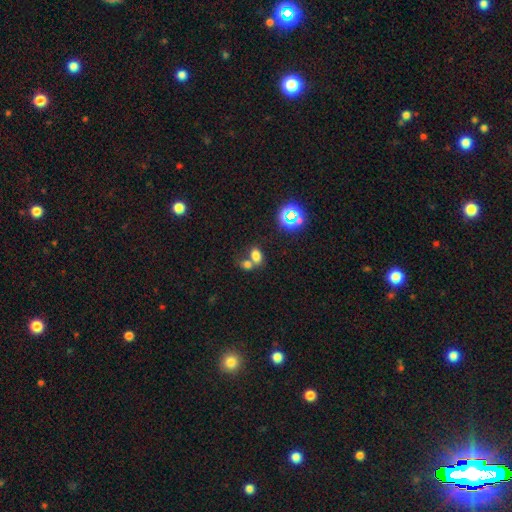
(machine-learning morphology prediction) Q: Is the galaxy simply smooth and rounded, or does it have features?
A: smooth — 73%.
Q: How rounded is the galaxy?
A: in between — 76%.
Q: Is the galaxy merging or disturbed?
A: merger — 51%.